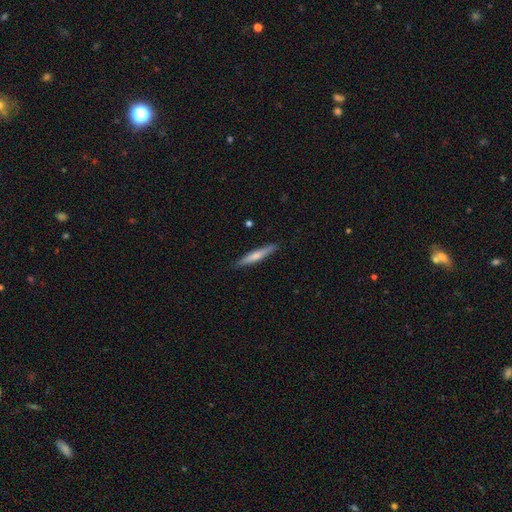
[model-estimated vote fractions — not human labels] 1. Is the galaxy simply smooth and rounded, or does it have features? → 59% smooth, 36% featured or disk, 5% star or artifact.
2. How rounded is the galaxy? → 93% cigar-shaped, 6% in between, 1% round.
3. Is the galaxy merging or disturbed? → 89% none, 8% minor disturbance, 2% major disturbance, 1% merger.